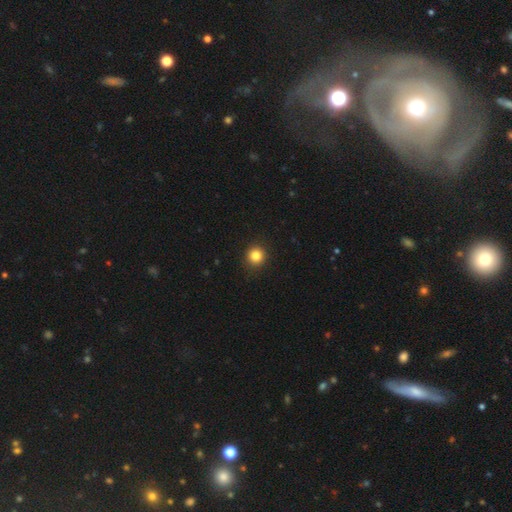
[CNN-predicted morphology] type=smooth (84%); roundness=round (94%); merging=none (92%).